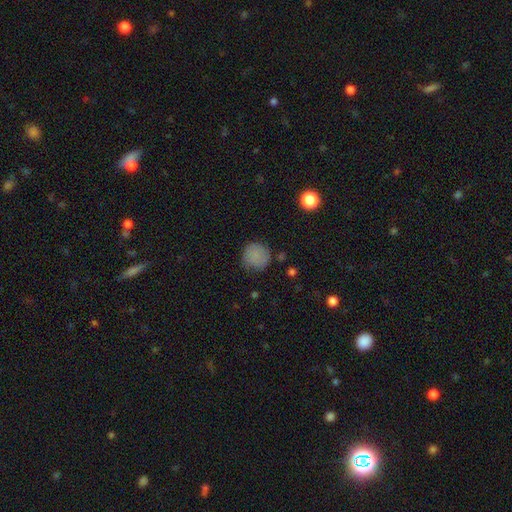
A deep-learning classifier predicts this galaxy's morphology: This is clearly a smooth galaxy (82%). How rounded: clearly round (92%). Merging: likely none (75%).